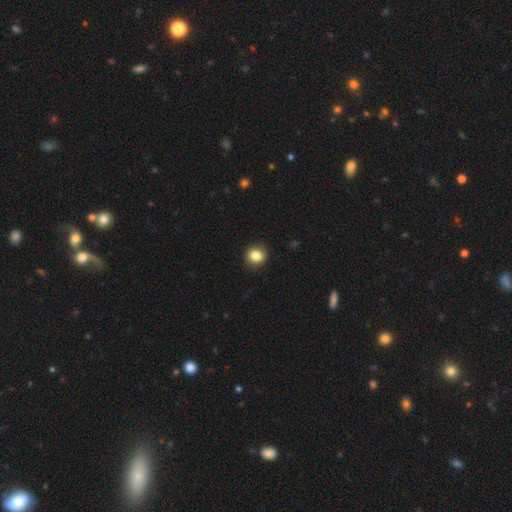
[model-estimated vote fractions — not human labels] Q: Smooth or featured?
A: smooth (84%); runner-up: star or artifact (9%)
Q: How rounded?
A: round (81%); runner-up: in between (18%)
Q: Merging?
A: none (89%); runner-up: minor disturbance (8%)